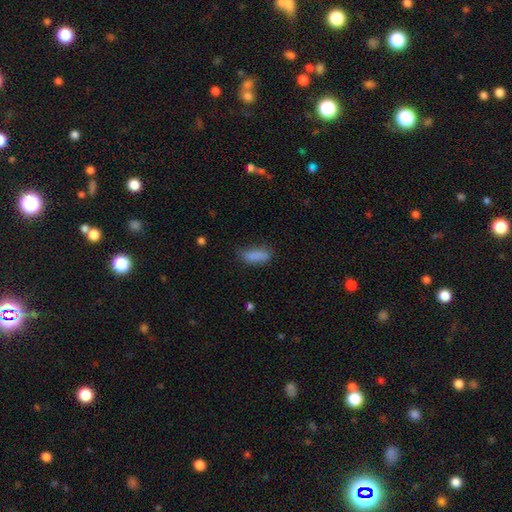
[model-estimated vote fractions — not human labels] A smooth galaxy with no disk features (85%) that is in between round and cigar-shaped (70%).

Vote fractions:
- Smooth or featured? smooth: 85% / star or artifact: 9% / featured or disk: 7%
- How rounded? in between: 70% / cigar-shaped: 27% / round: 3%
- Merging? none: 57% / minor disturbance: 31% / major disturbance: 10% / merger: 2%